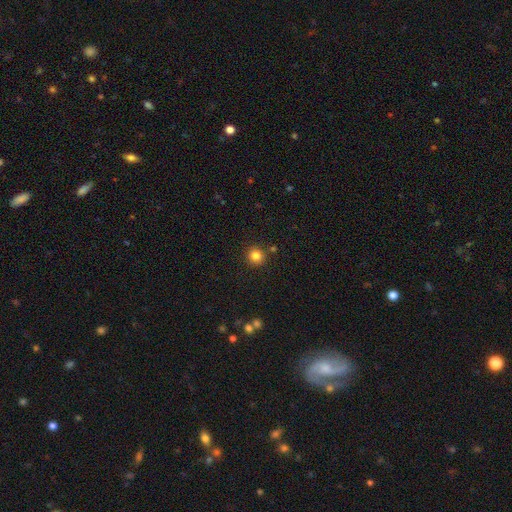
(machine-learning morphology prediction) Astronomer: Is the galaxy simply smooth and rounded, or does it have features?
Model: smooth — 83%.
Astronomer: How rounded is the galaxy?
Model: round — 93%.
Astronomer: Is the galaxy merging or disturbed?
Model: none — 88%.